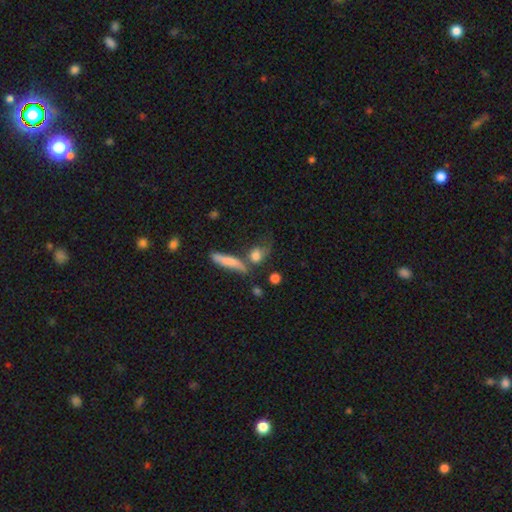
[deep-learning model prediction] Morphology: type=smooth (71%); roundness=round (43%); merging=none (44%).